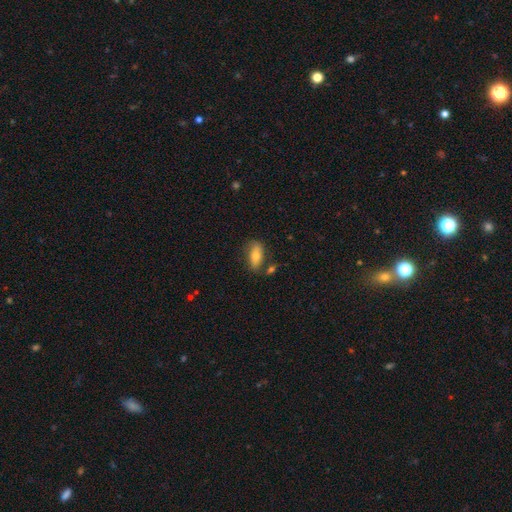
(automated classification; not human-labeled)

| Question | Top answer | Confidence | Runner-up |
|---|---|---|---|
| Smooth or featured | smooth | 71% | featured or disk (22%) |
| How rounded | in between | 83% | cigar-shaped (12%) |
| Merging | none | 69% | minor disturbance (17%) |